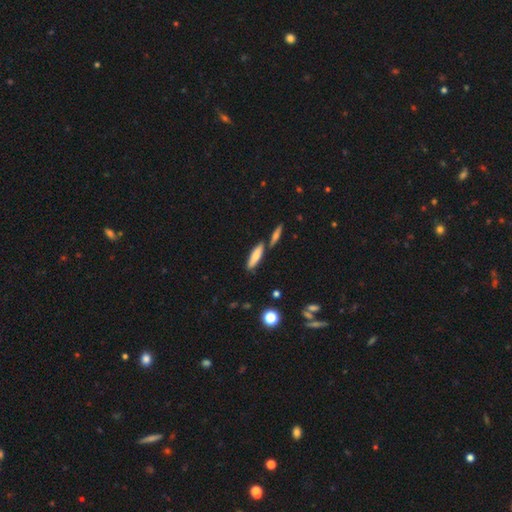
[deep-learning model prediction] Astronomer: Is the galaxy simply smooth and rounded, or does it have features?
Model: smooth — 71%.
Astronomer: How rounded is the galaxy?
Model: cigar-shaped — 64%.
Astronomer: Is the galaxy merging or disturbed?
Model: none — 67%.